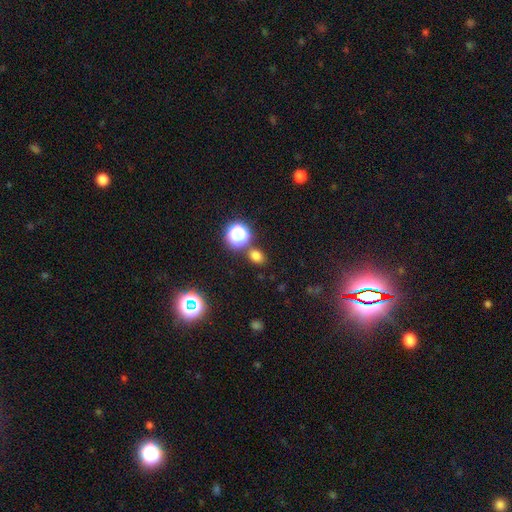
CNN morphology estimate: A smooth galaxy with no disk features (72%) that is round (50%). Merging: none (77%).